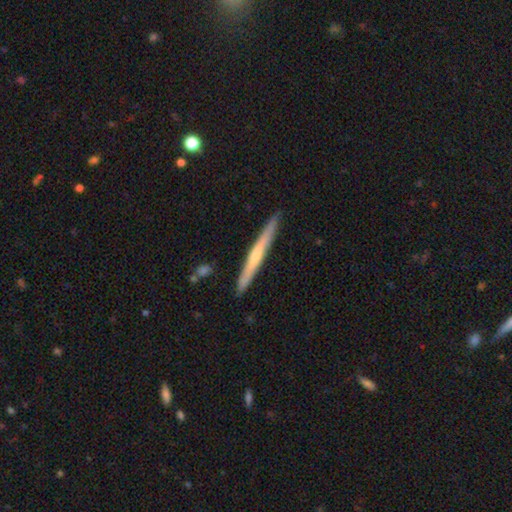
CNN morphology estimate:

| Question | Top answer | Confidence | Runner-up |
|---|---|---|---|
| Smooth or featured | featured or disk | 53% | smooth (42%) |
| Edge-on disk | yes | 96% | no (4%) |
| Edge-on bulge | none | 49% | rounded (46%) |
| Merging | none | 89% | minor disturbance (8%) |